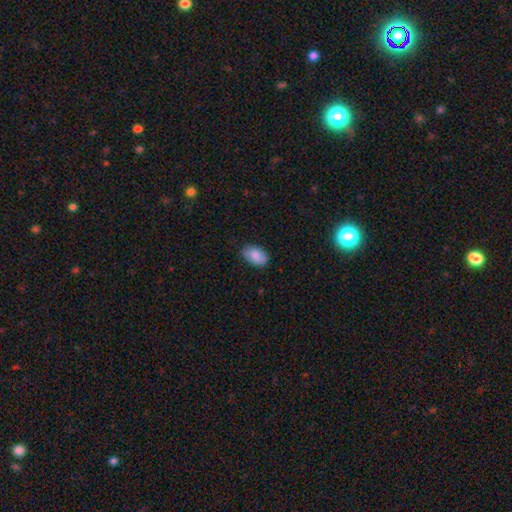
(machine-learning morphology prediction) Smooth or featured?
  - smooth: 84% *
  - featured or disk: 9%
  - star or artifact: 7%
How rounded?
  - in between: 91% *
  - round: 7%
  - cigar-shaped: 1%
Merging?
  - none: 78% *
  - minor disturbance: 18%
  - major disturbance: 3%
  - merger: 1%